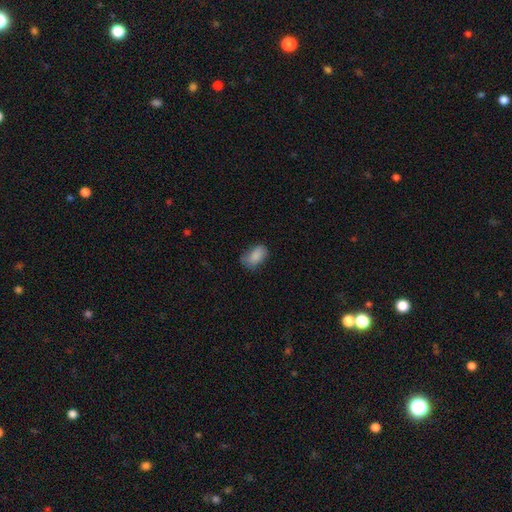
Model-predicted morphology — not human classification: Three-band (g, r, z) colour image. It shows a smooth galaxy with no disk features (85%) that is in between round and cigar-shaped (91%). Merging: none (60%).